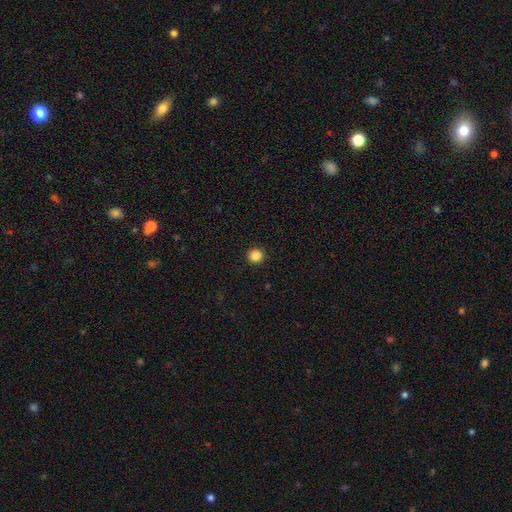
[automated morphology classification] Smooth or featured? smooth (86%)
How rounded? round (95%)
Merging? none (93%)